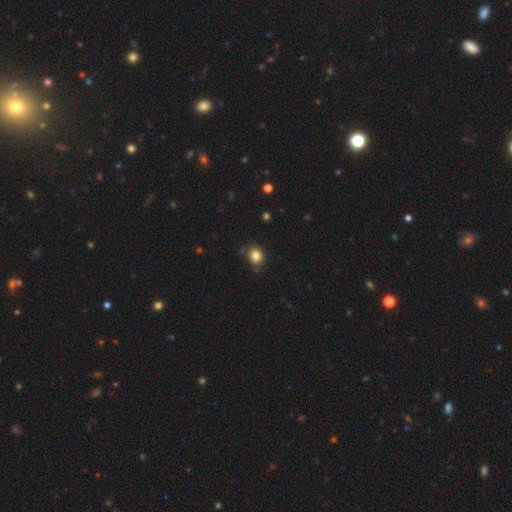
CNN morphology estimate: This appears to be a smooth galaxy with no disk features (83%) that is round (74%). Merging: none (78%).